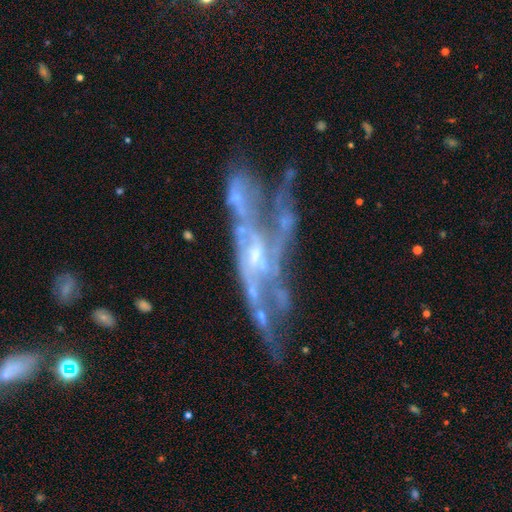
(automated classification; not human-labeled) featured or disk 85%, star or artifact 9%, smooth 6%. Down the decision tree: edge-on disk — no (85%); bar — no (50%); spiral arms — yes (86%); spiral arm count — 2 (37%); spiral winding — medium (44%); bulge size — small (62%); merging — none (46%).